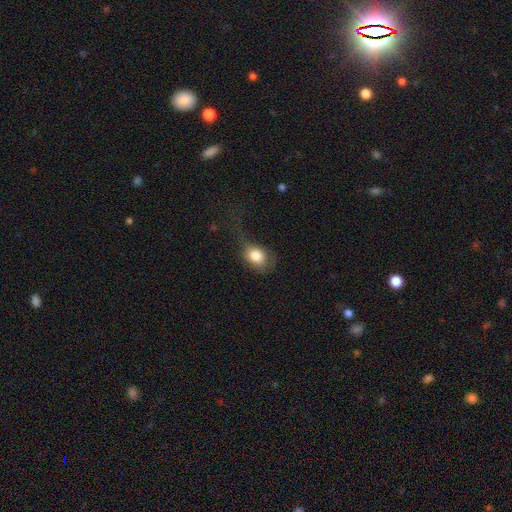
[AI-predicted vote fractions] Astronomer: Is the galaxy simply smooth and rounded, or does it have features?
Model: smooth — 80%.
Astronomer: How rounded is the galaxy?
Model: in between — 65%.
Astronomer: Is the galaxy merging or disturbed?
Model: none — 35% (runner-up: major disturbance, 33%).